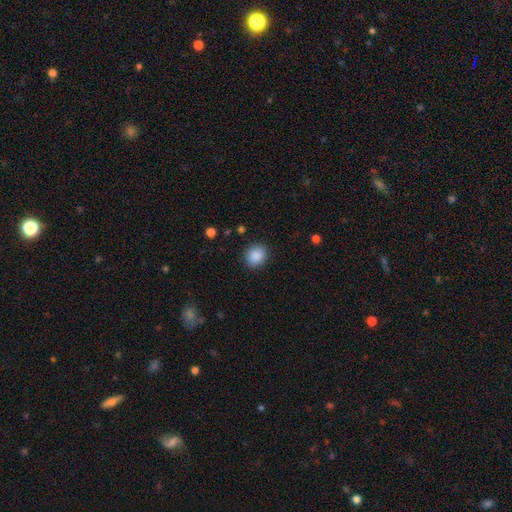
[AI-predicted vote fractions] Morphology: type=smooth (88%); roundness=round (78%); merging=none (89%).